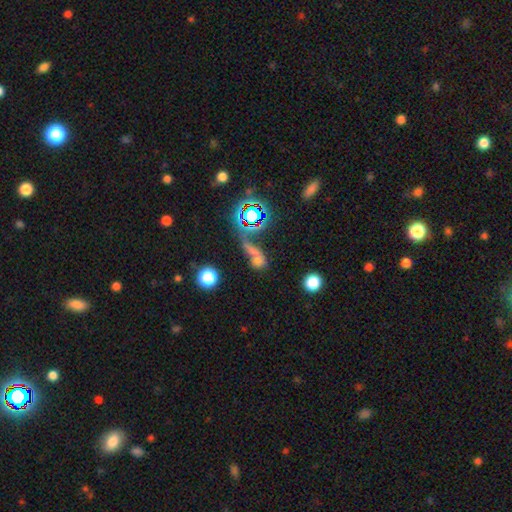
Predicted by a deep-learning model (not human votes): smooth-or-featured: smooth: 49% | star or artifact: 30% | featured or disk: 20%
  merging: merger: 46% | none: 26% | major disturbance: 17% | minor disturbance: 11%